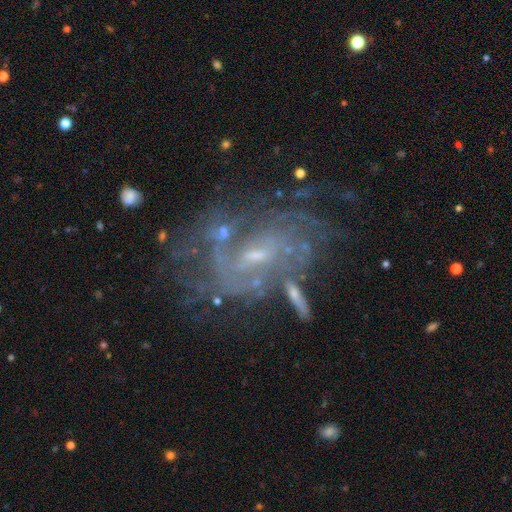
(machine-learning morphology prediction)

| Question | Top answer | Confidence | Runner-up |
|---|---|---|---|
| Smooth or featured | featured or disk | 76% | star or artifact (14%) |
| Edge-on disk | no | 96% | yes (4%) |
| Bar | no | 43% | tied: weak (43%) |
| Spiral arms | yes | 77% | no (23%) |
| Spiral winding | tight | 46% | medium (36%) |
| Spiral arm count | can't tell | 51% | 2 (19%) |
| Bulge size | small | 70% | moderate (18%) |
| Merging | none | 55% | minor disturbance (19%) |